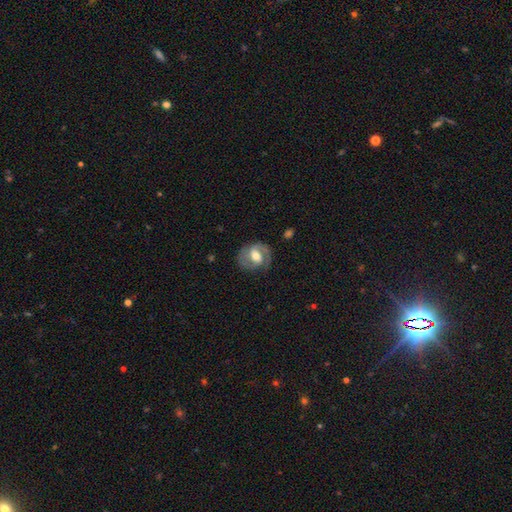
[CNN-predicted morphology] A featured or disk galaxy (72%) with a weak bar (47%), 2 (77%) medium (47%) spiral arms (84%) and a moderate central bulge (68%). Merging: none (72%).